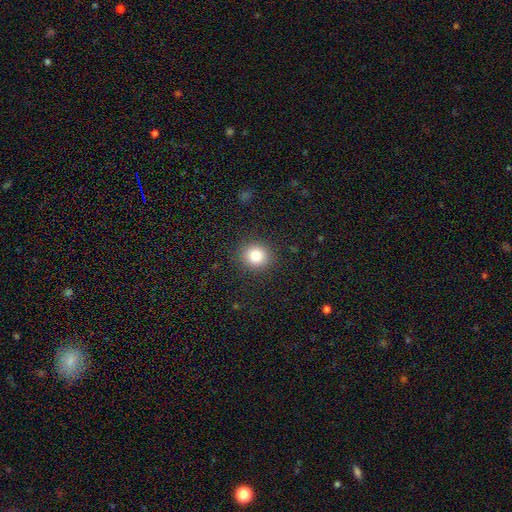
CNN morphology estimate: Smooth or featured? smooth (82%)
How rounded? round (87%)
Merging? none (90%)